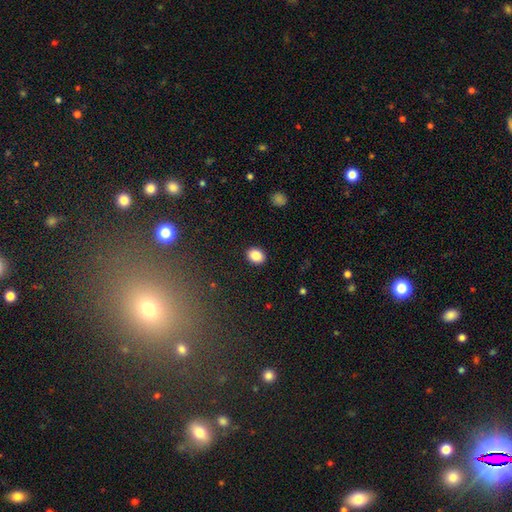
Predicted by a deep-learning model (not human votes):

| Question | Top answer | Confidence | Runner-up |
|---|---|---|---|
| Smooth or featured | smooth | 87% | star or artifact (9%) |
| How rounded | in between | 61% | round (38%) |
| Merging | none | 90% | minor disturbance (7%) |